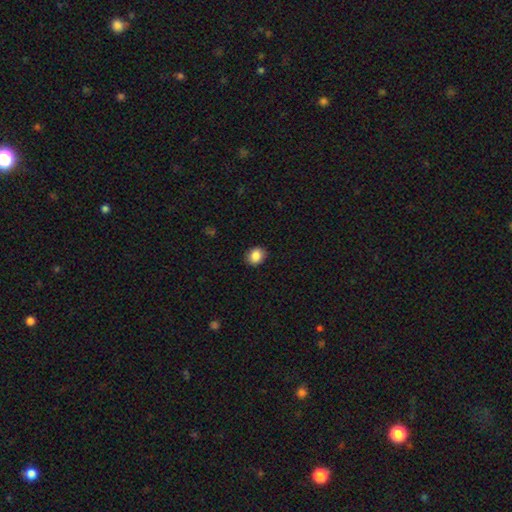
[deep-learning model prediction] The model was most divided on "how rounded": round: 59%, in between: 40%, cigar-shaped: 1%. More confident: merging — none (89%); smooth or featured — smooth (87%).